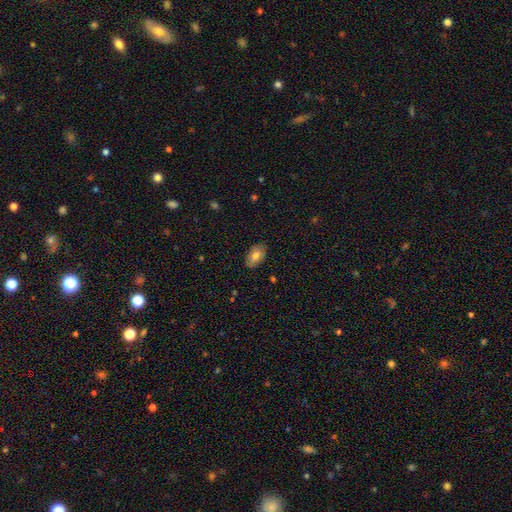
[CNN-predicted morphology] The model was most divided on "smooth or featured": smooth: 70%, featured or disk: 23%, star or artifact: 7%. More confident: how rounded — in between (93%); merging — none (85%).